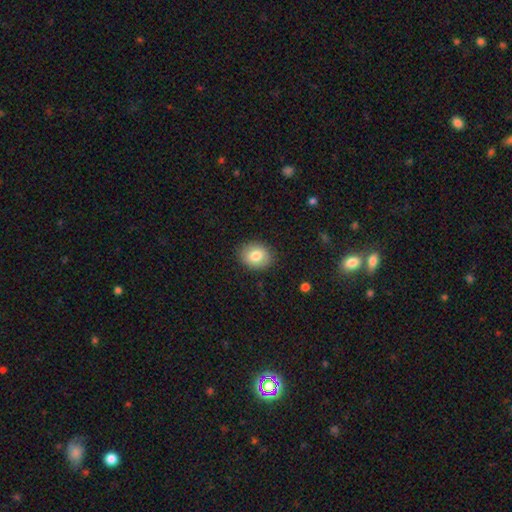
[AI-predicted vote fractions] A smooth galaxy with no disk features (81%) that is round (57%).

Vote fractions:
- Smooth or featured? smooth: 81% / featured or disk: 11% / star or artifact: 8%
- How rounded? round: 57% / in between: 42% / cigar-shaped: 1%
- Merging? none: 87% / minor disturbance: 9% / major disturbance: 2% / merger: 1%